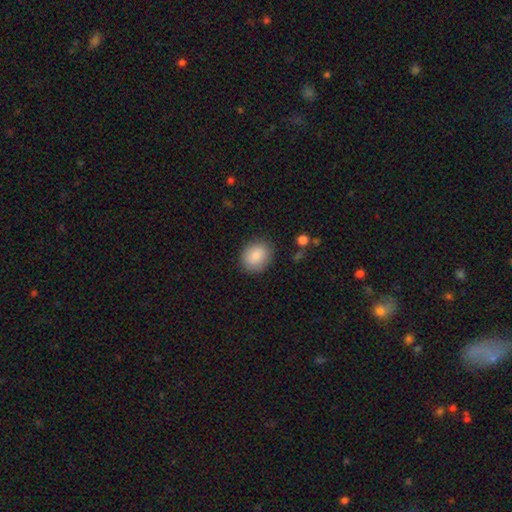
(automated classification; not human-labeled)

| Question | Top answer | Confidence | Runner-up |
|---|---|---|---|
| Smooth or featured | smooth | 87% | star or artifact (7%) |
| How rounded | round | 55% | in between (44%) |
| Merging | none | 84% | minor disturbance (11%) |